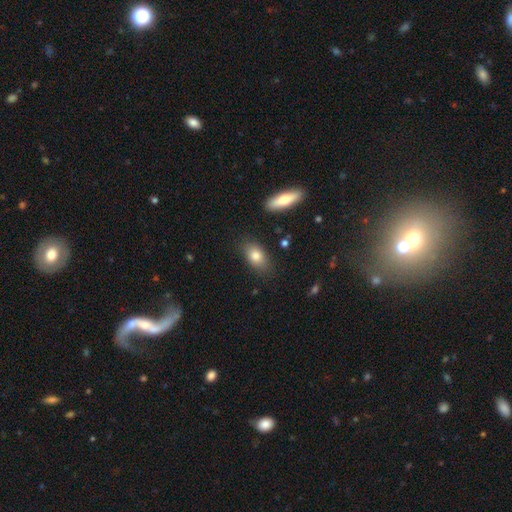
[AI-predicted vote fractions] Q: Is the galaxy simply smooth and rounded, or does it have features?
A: smooth — 79%.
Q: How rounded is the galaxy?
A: in between — 85%.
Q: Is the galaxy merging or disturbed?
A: none — 80%.